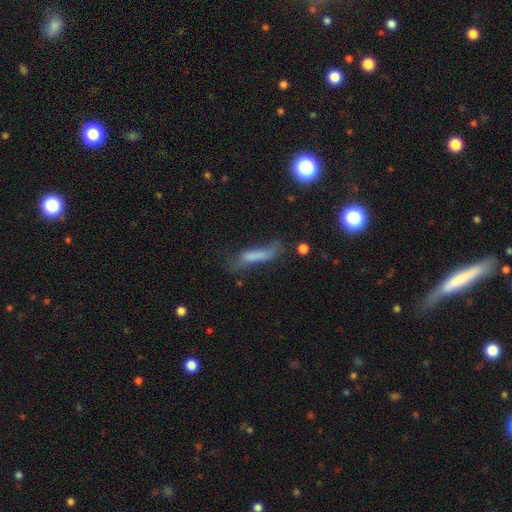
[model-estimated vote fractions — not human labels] Q: Smooth or featured?
A: smooth (61%); runner-up: featured or disk (27%)
Q: How rounded?
A: cigar-shaped (73%); runner-up: in between (24%)
Q: Merging?
A: none (40%); runner-up: minor disturbance (28%)